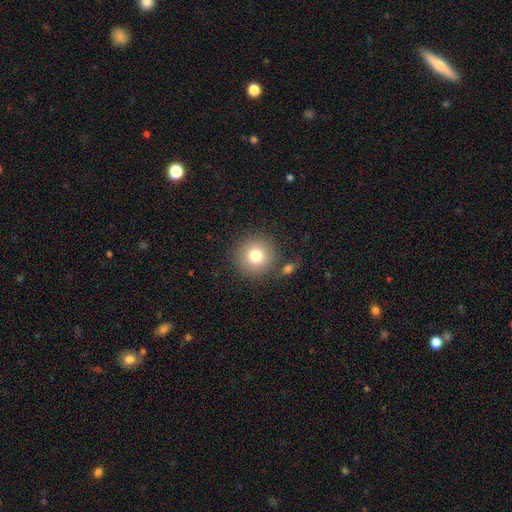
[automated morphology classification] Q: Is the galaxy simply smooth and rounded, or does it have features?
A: smooth — 78%.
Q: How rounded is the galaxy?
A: round — 95%.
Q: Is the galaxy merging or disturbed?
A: none — 82%.